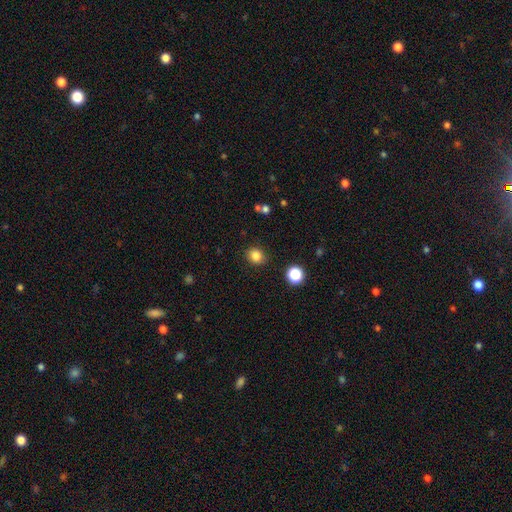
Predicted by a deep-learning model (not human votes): This appears to be a smooth galaxy with no disk features (84%) that is round (72%). Merging: none (87%).